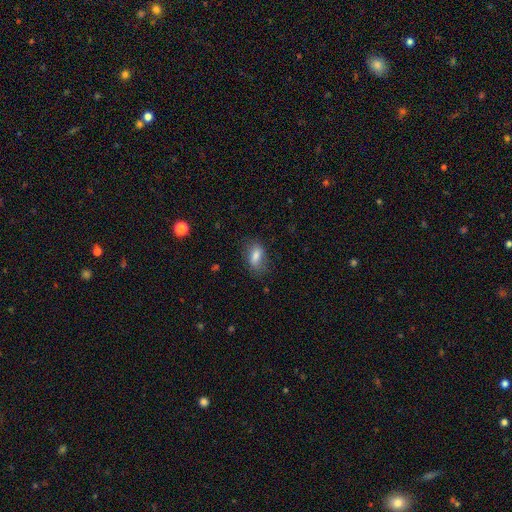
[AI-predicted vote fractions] Morphology: type=smooth (79%); roundness=in between (86%); merging=none (69%).